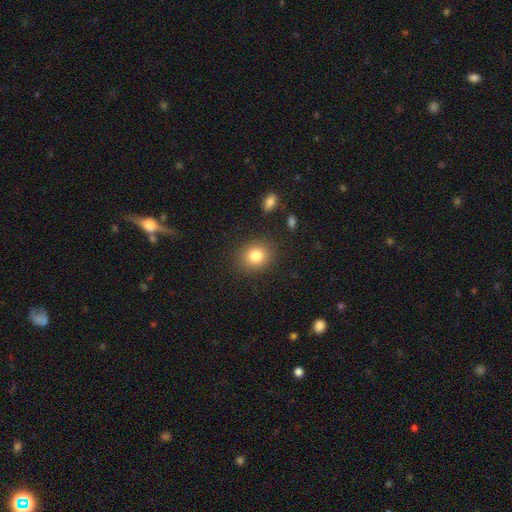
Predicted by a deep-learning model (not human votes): smooth_or_featured: smooth (p=0.82) [alt: star or artifact p=0.10]
how_rounded: round (p=0.69) [alt: in between p=0.30]
merging: none (p=0.86) [alt: minor disturbance p=0.09]